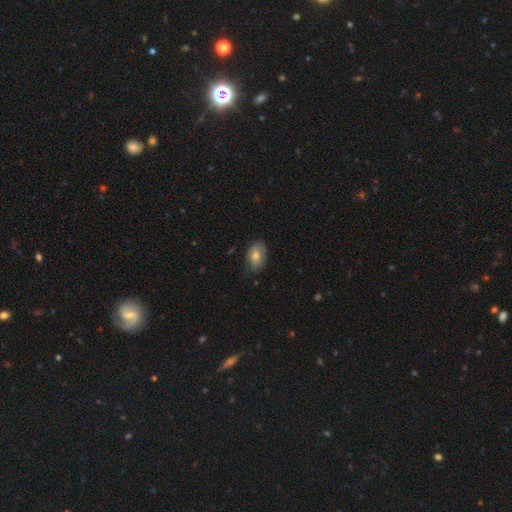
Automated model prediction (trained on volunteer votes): smooth_or_featured: smooth (p=0.67) [alt: featured or disk p=0.25]
how_rounded: in between (p=0.82) [alt: round p=0.17]
merging: none (p=0.75) [alt: minor disturbance p=0.20]